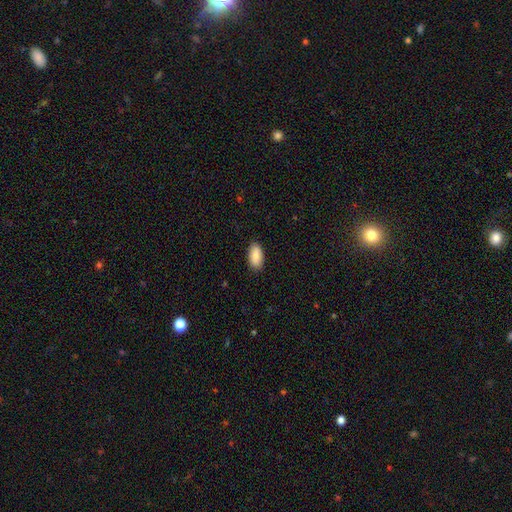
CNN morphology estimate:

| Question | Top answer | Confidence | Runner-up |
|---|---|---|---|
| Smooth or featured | smooth | 86% | featured or disk (8%) |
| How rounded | in between | 94% | cigar-shaped (4%) |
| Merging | none | 87% | minor disturbance (10%) |